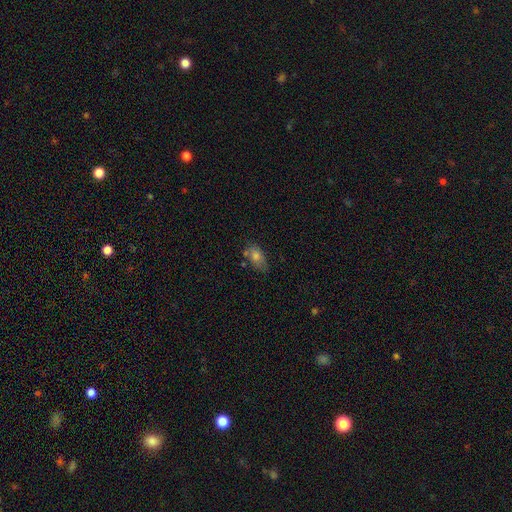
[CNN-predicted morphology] A smooth galaxy with no disk features (71%) that is in between round and cigar-shaped (83%).

Vote fractions:
- Smooth or featured? smooth: 71% / featured or disk: 16% / star or artifact: 13%
- How rounded? in between: 83% / round: 11% / cigar-shaped: 6%
- Merging? none: 62% / minor disturbance: 23% / merger: 9% / major disturbance: 6%